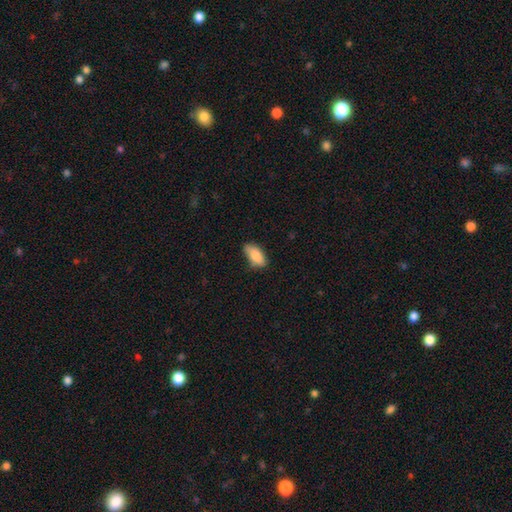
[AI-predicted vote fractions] smooth_or_featured: smooth (p=0.85) [alt: featured or disk p=0.09]
how_rounded: in between (p=0.90) [alt: cigar-shaped p=0.07]
merging: none (p=0.72) [alt: minor disturbance p=0.23]